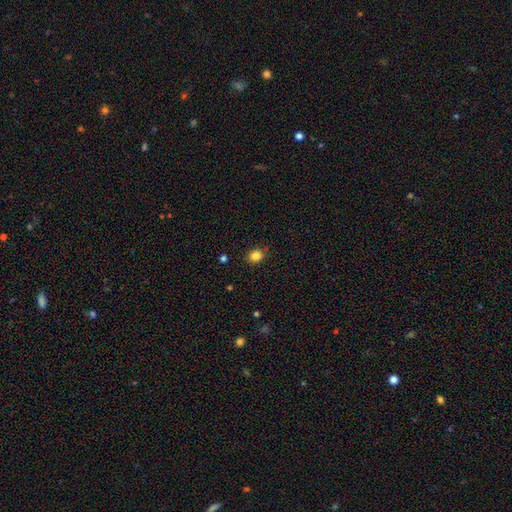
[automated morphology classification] smooth 83%, star or artifact 11%, featured or disk 5%. Down the decision tree: how rounded — round (64%); merging — none (87%).